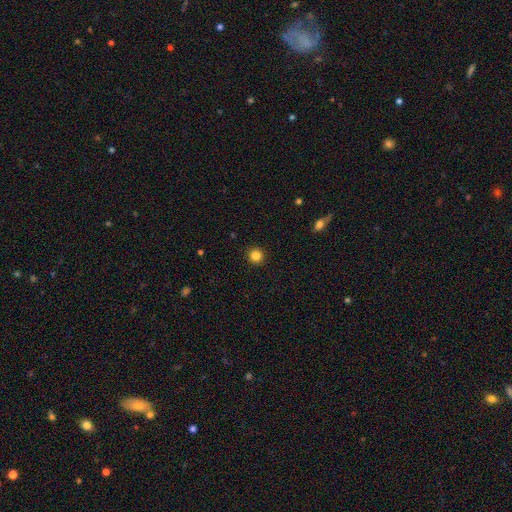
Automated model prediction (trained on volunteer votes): Q: Smooth or featured?
A: smooth (84%); runner-up: star or artifact (12%)
Q: How rounded?
A: round (95%); runner-up: in between (4%)
Q: Merging?
A: none (93%); runner-up: minor disturbance (4%)